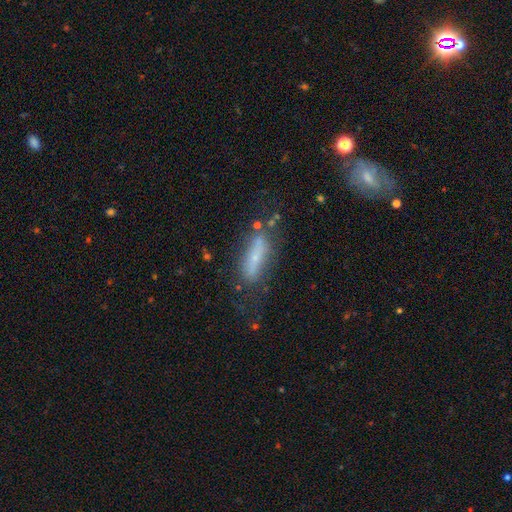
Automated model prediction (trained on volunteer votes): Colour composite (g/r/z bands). It shows a smooth galaxy with no disk features (51%) that is cigar-shaped (58%). Merging: none (55%).